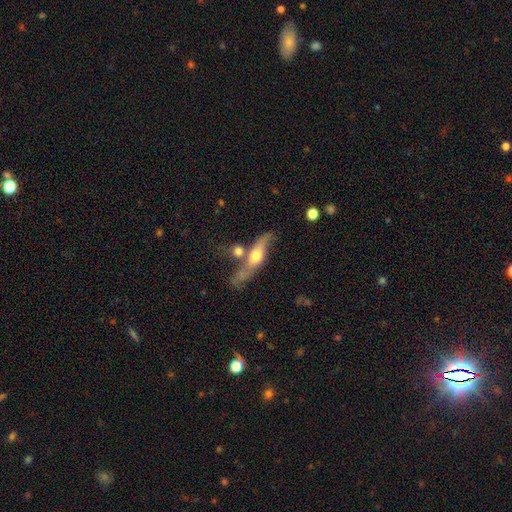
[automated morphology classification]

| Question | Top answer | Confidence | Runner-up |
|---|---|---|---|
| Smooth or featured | featured or disk | 58% | smooth (36%) |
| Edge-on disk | yes | 57% | no (43%) |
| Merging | none | 39% | merger (32%) |